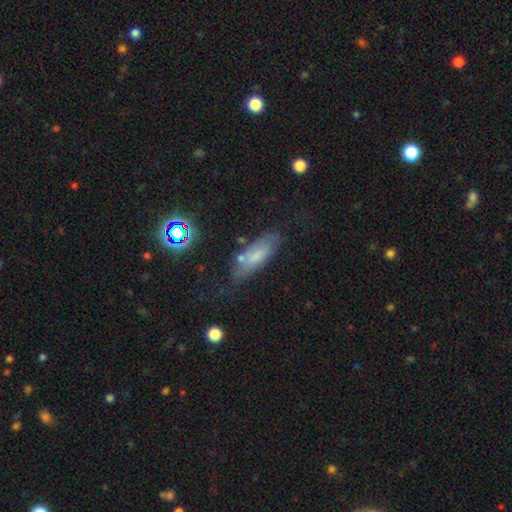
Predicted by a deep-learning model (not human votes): A smooth galaxy with no disk features (63%) that is in between round and cigar-shaped (64%).

Vote fractions:
- Smooth or featured? smooth: 63% / featured or disk: 26% / star or artifact: 12%
- How rounded? in between: 64% / cigar-shaped: 33% / round: 3%
- Merging? none: 63% / minor disturbance: 23% / major disturbance: 9% / merger: 6%